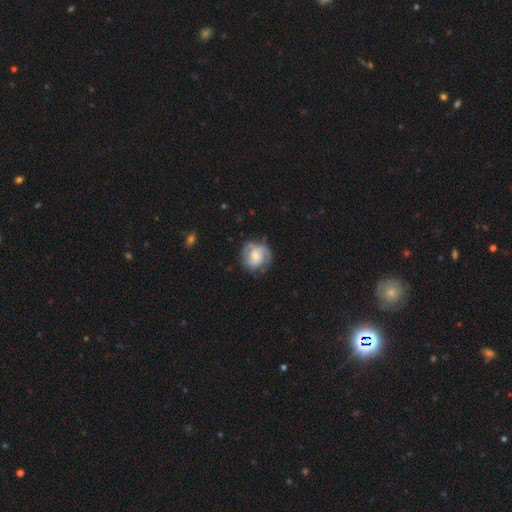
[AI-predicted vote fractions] featured or disk 68%, smooth 26%, star or artifact 6%. Down the decision tree: edge-on disk — no (98%); bar — no (66%); spiral arms — yes (86%); spiral arm count — 2 (50%); spiral winding — tight (51%); bulge size — moderate (46%, tied with small); merging — none (64%).